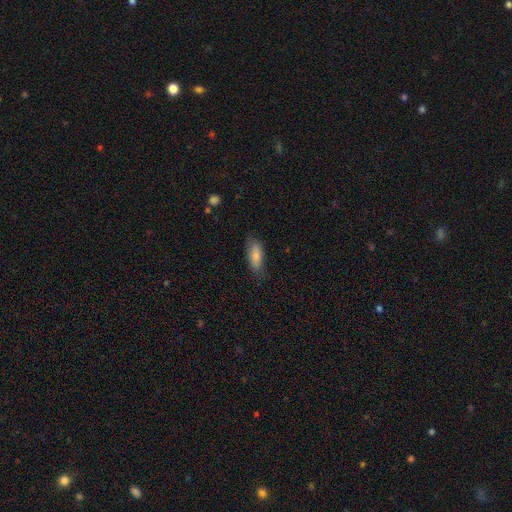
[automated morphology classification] A smooth galaxy with no disk features (82%) that is in between round and cigar-shaped (77%). Merging: none (76%).